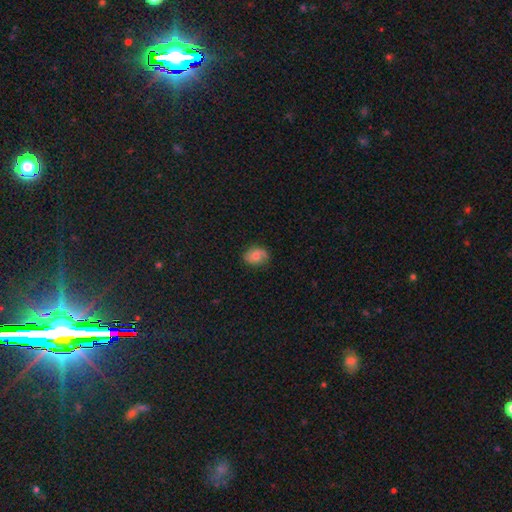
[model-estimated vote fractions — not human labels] Smooth or featured? smooth (68%)
How rounded? in between (57%)
Merging? none (69%)